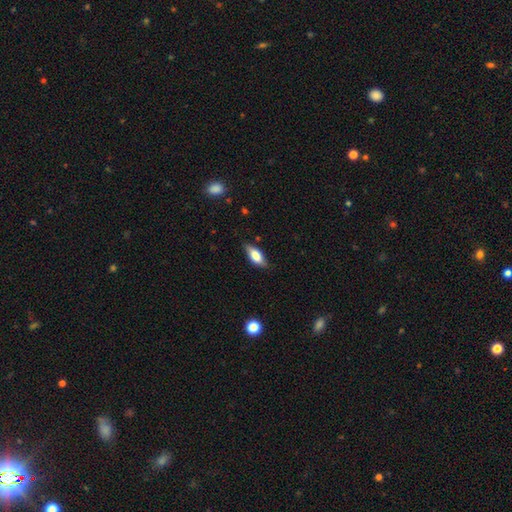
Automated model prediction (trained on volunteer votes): Q: Smooth or featured?
A: smooth (70%); runner-up: featured or disk (22%)
Q: How rounded?
A: in between (80%); runner-up: cigar-shaped (17%)
Q: Merging?
A: none (77%); runner-up: minor disturbance (18%)